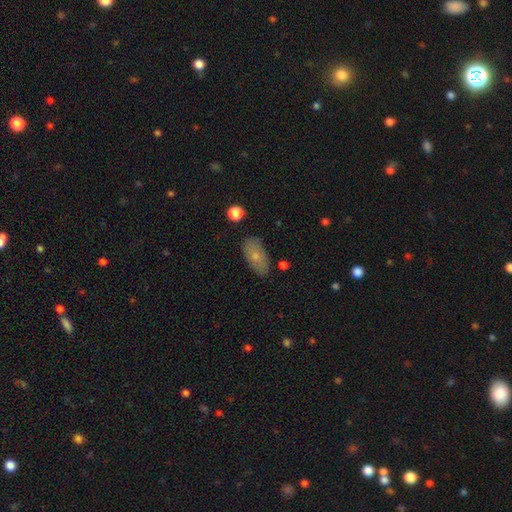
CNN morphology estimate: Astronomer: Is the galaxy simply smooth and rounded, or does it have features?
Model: smooth — 73%.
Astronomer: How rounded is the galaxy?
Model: in between — 91%.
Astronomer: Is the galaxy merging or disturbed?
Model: none — 79%.